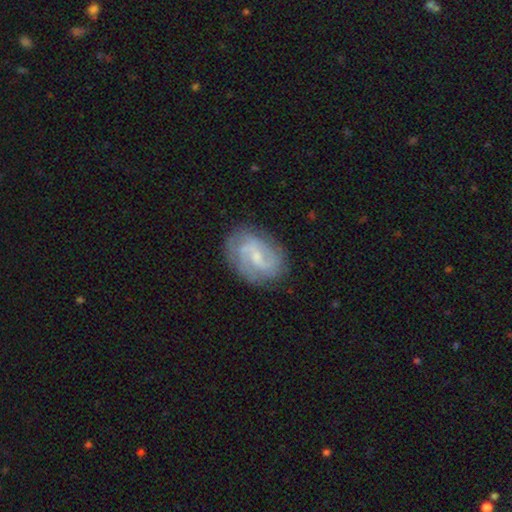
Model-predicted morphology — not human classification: Smooth or featured? Predicted: featured or disk (p=0.80). Edge-on disk? Predicted: no (p=0.98). Bar? Predicted: weak (p=0.57). Spiral arms? Predicted: yes (p=0.93). Spiral winding? Predicted: medium (p=0.46). Spiral arm count? Predicted: 2 (p=0.64). Bulge size? Predicted: small (p=0.63). Merging? Predicted: none (p=0.77).